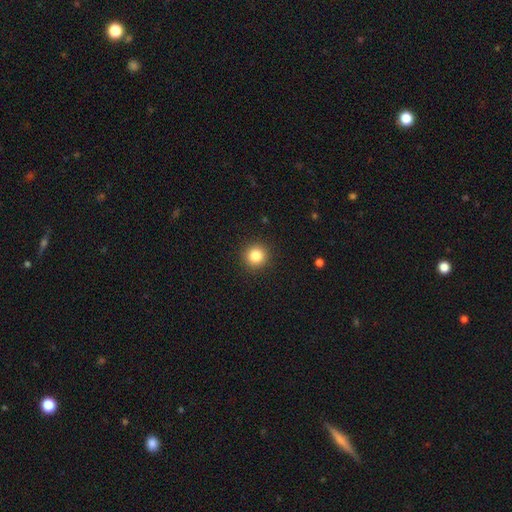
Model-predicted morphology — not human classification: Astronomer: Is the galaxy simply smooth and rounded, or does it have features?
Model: smooth — 84%.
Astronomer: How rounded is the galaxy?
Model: round — 94%.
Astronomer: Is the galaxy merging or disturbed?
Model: none — 92%.